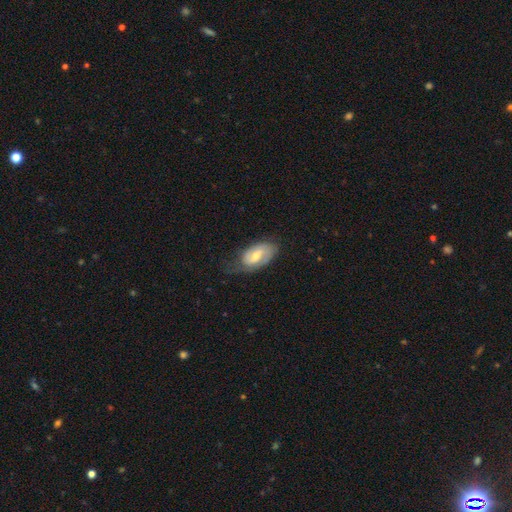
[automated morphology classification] This appears to be a featured or disk galaxy (60%) with a weak bar (52%), spiral arms (86%) and a moderate central bulge (50%). Merging: none (52%).